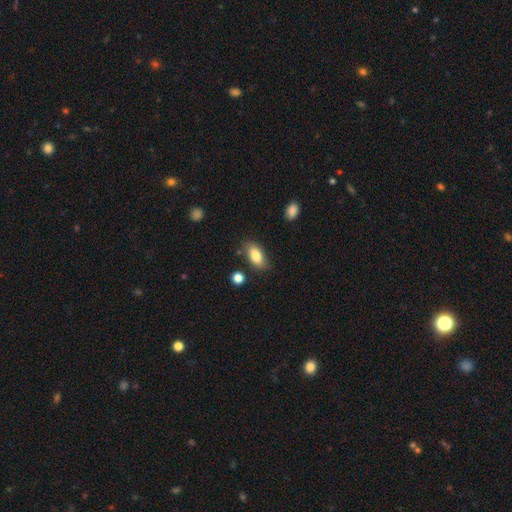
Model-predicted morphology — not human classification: Smooth or featured? Predicted: smooth (p=0.83). How rounded? Predicted: in between (p=0.88). Merging? Predicted: none (p=0.77).